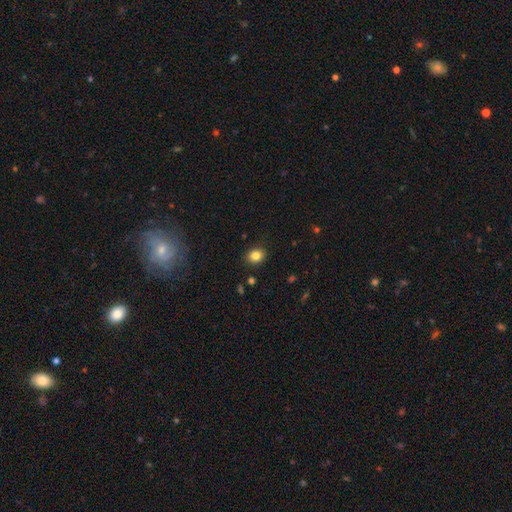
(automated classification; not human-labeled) A smooth galaxy with no disk features (83%) that is round (55%).

Vote fractions:
- Smooth or featured? smooth: 83% / star or artifact: 10% / featured or disk: 6%
- How rounded? round: 55% / in between: 44% / cigar-shaped: 1%
- Merging? none: 88% / minor disturbance: 8% / major disturbance: 2% / merger: 1%